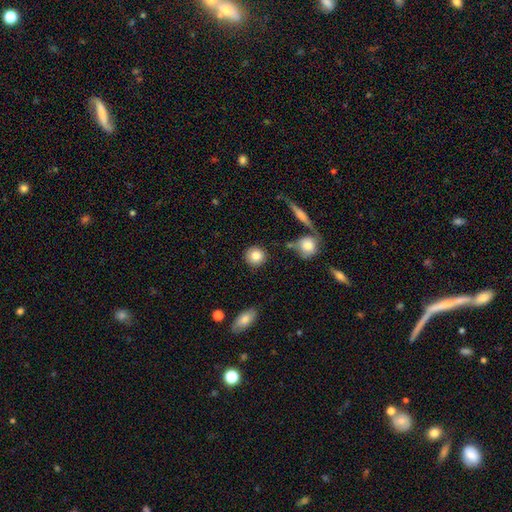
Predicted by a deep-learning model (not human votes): Overall: smooth (85%). How rounded: round (90%). Merging: none (87%).